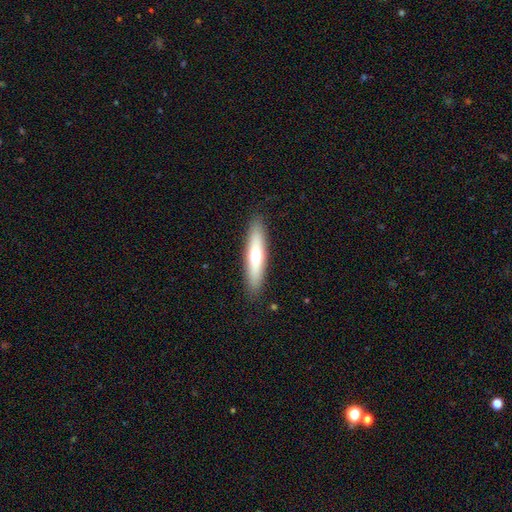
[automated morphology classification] Overall: smooth (55%; featured or disk 39%). How rounded: cigar-shaped (75%). Merging: none (89%).